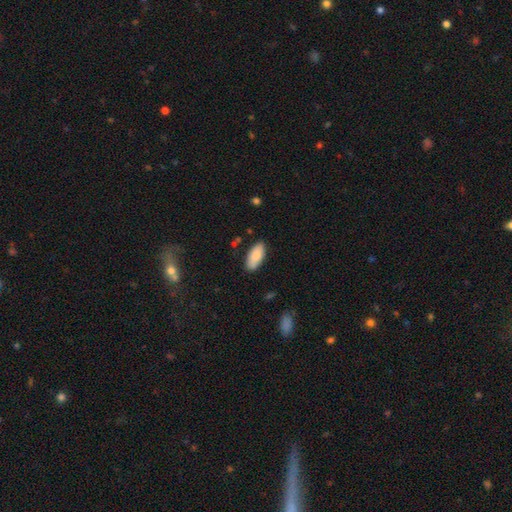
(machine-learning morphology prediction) Smooth or featured?
  - smooth: 85% *
  - featured or disk: 8%
  - star or artifact: 6%
How rounded?
  - in between: 89% *
  - cigar-shaped: 10%
  - round: 2%
Merging?
  - none: 83% *
  - minor disturbance: 13%
  - major disturbance: 2%
  - merger: 2%